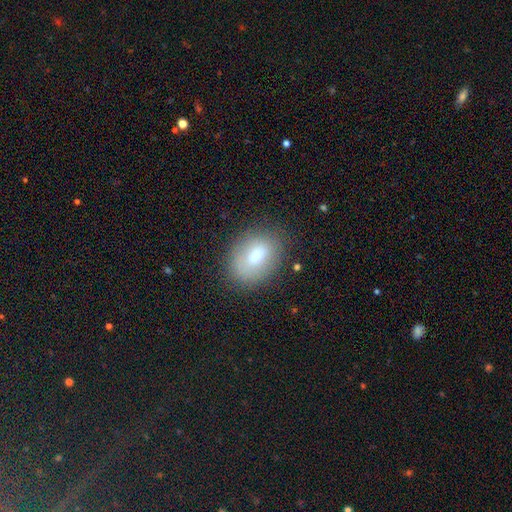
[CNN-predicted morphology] Smooth or featured? smooth (69%)
How rounded? in between (76%)
Merging? none (76%)